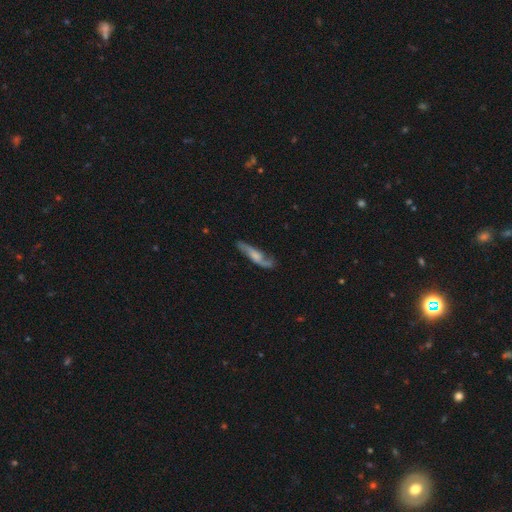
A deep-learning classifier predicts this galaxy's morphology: A featured or disk galaxy (62%). Merging: none (65%).